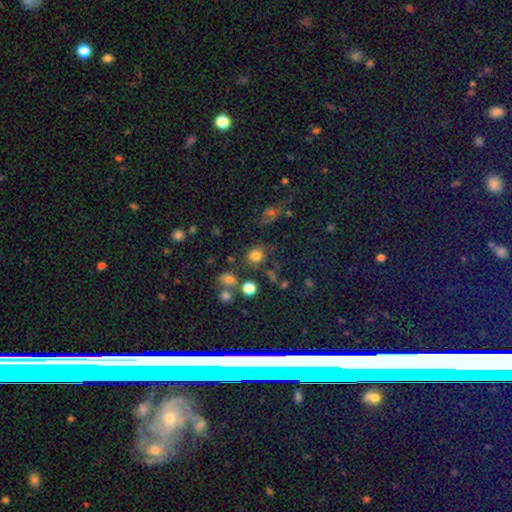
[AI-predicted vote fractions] Overall: smooth (76%). How rounded: round (79%). Merging: none (67%).